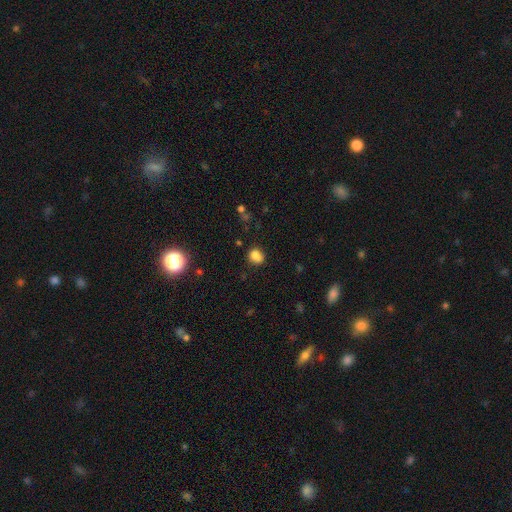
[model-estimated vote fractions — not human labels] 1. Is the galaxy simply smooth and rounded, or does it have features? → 82% smooth, 13% star or artifact, 5% featured or disk.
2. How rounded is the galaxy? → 51% in between, 48% round, 1% cigar-shaped.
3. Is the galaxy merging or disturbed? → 77% none, 16% minor disturbance, 4% major disturbance, 3% merger.